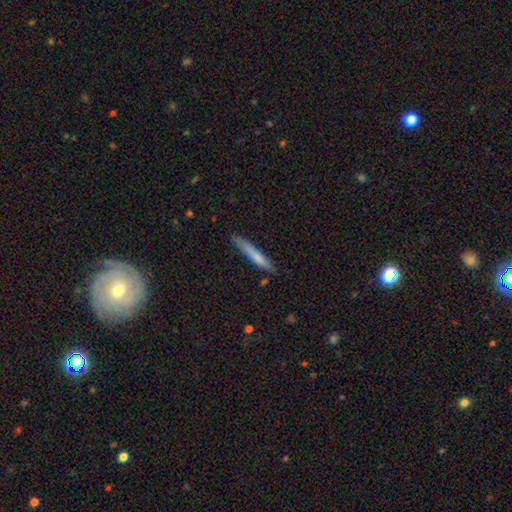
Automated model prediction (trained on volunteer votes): smooth 72%, featured or disk 22%, star or artifact 6%. Down the decision tree: how rounded — cigar-shaped (94%); merging — none (78%).